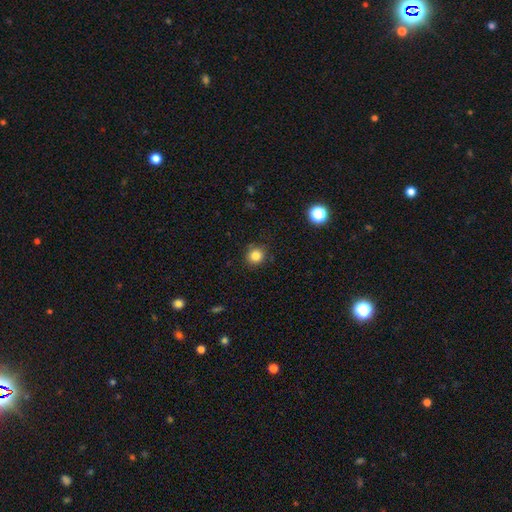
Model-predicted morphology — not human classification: Smooth or featured? smooth (83%)
How rounded? round (91%)
Merging? none (88%)